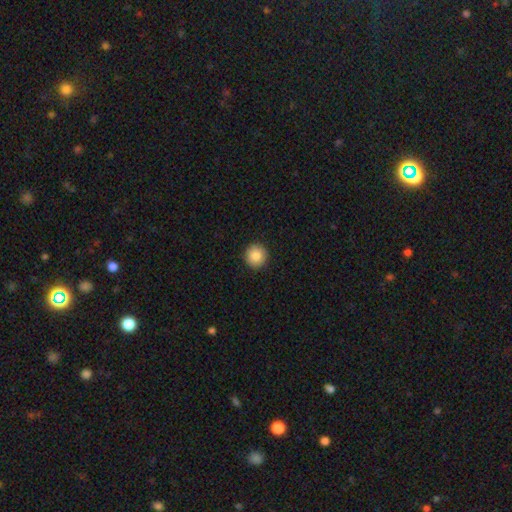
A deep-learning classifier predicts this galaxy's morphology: smooth 86%, star or artifact 9%, featured or disk 6%. Down the decision tree: how rounded — round (95%); merging — none (93%).